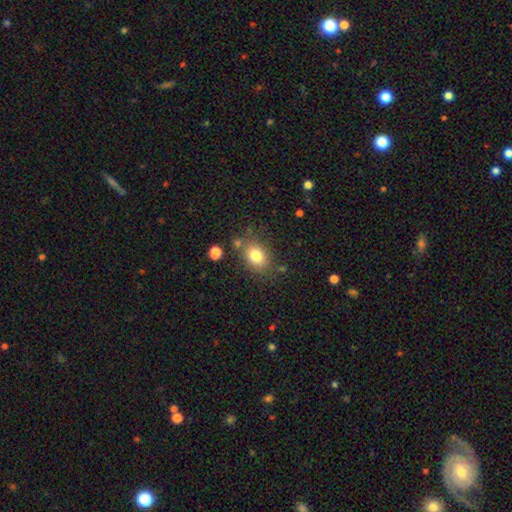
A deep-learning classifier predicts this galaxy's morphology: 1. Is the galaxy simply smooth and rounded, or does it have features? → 79% smooth, 11% star or artifact, 10% featured or disk.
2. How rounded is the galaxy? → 58% in between, 40% round, 1% cigar-shaped.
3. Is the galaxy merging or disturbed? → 74% none, 15% minor disturbance, 7% merger, 5% major disturbance.